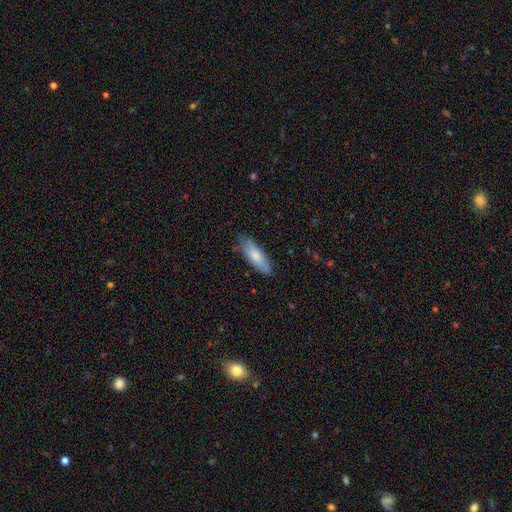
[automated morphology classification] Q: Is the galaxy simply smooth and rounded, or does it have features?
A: smooth — 78%.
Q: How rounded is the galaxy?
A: in between — 56%.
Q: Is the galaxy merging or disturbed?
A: none — 79%.